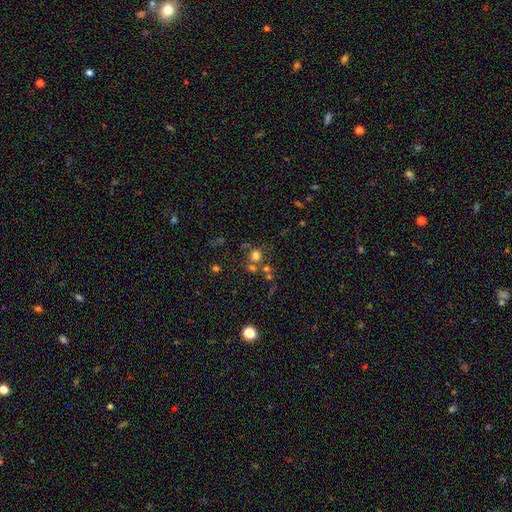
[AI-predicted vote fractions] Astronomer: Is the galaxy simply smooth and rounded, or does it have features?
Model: smooth — 66%.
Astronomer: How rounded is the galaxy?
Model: round — 86%.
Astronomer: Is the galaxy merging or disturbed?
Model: none — 58%.